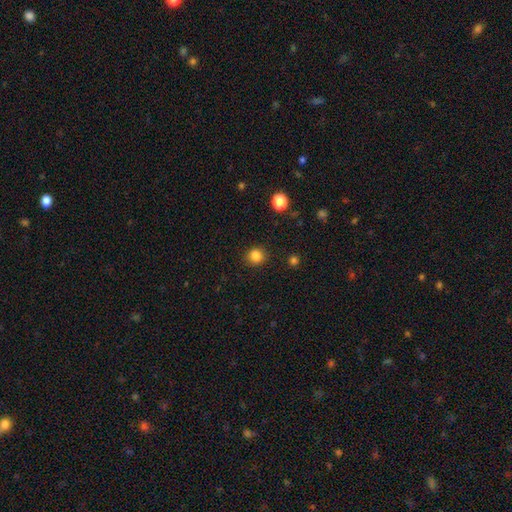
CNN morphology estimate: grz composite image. It shows a smooth galaxy with no disk features (84%) that is round (88%). Merging: none (89%).